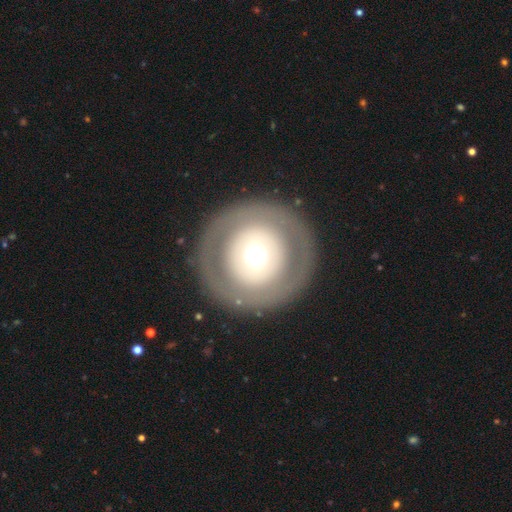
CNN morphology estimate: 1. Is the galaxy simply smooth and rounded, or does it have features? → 47% smooth, 46% featured or disk, 7% star or artifact.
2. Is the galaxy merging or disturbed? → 85% none, 8% minor disturbance, 6% major disturbance, 1% merger.